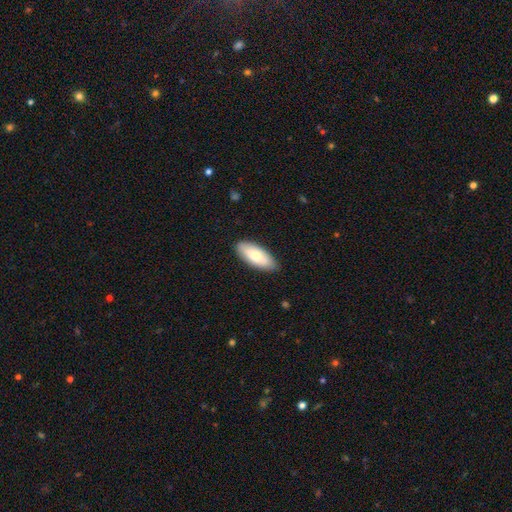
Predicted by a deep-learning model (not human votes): Smooth or featured?
  - smooth: 73% *
  - featured or disk: 22%
  - star or artifact: 5%
How rounded?
  - in between: 85% *
  - cigar-shaped: 14%
  - round: 2%
Merging?
  - none: 87% *
  - minor disturbance: 10%
  - major disturbance: 2%
  - merger: 1%